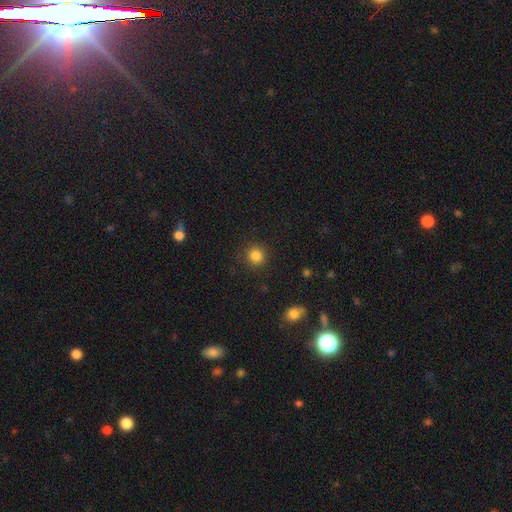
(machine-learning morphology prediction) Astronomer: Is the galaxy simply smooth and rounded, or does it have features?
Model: smooth — 84%.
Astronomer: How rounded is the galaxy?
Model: round — 92%.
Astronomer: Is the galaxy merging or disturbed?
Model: none — 89%.